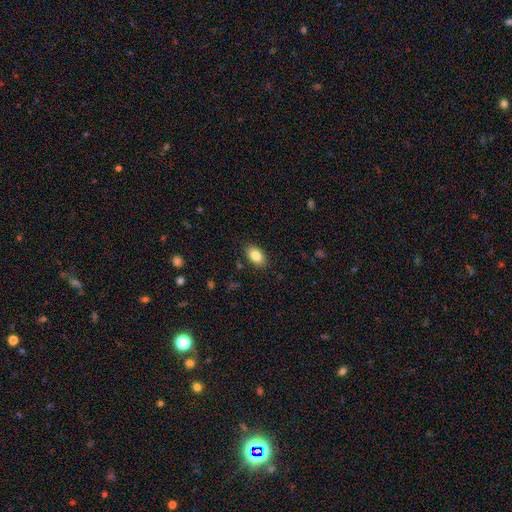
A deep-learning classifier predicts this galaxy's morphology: Q: Smooth or featured?
A: smooth (84%); runner-up: star or artifact (8%)
Q: How rounded?
A: in between (89%); runner-up: round (10%)
Q: Merging?
A: none (86%); runner-up: minor disturbance (10%)